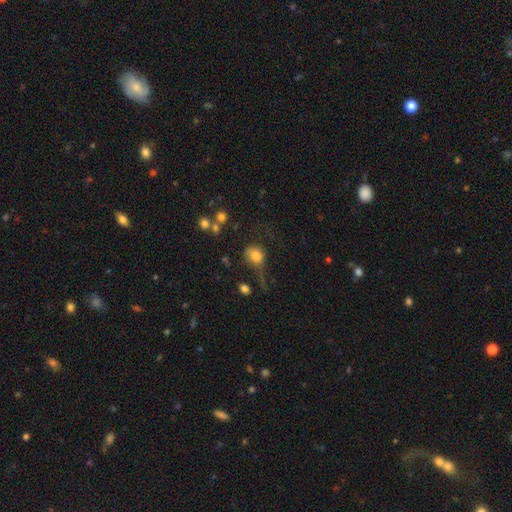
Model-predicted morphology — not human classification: The model was most divided on "merging": major disturbance: 35%, none: 32%, minor disturbance: 25%, merger: 7%. More confident: smooth or featured — smooth (76%); how rounded — round (59%).